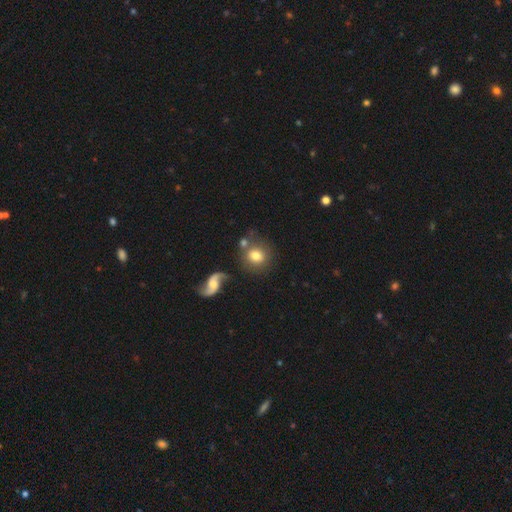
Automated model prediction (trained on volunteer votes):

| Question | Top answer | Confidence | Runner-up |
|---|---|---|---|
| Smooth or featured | smooth | 72% | featured or disk (19%) |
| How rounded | round | 85% | in between (14%) |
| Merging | none | 66% | merger (16%) |